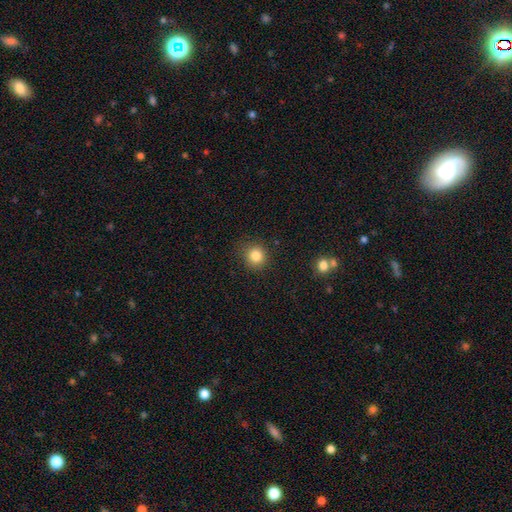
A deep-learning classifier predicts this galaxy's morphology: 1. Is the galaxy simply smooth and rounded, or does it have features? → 84% smooth, 11% star or artifact, 5% featured or disk.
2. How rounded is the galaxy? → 89% round, 10% in between, 1% cigar-shaped.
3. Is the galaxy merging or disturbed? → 86% none, 9% minor disturbance, 3% major disturbance, 2% merger.